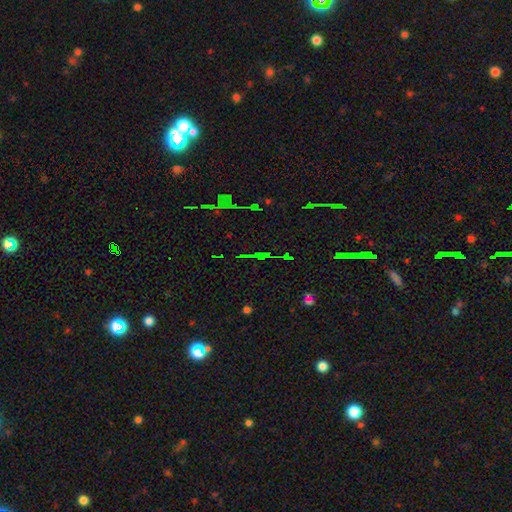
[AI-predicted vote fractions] Smooth or featured? star or artifact (69%)